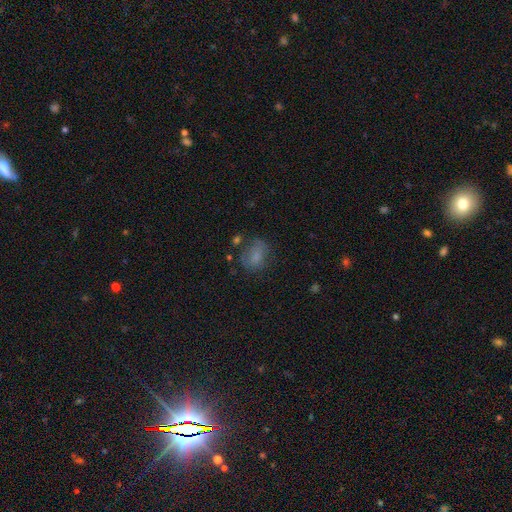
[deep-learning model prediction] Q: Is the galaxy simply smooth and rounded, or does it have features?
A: smooth — 66%.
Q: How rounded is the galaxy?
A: in between — 61%.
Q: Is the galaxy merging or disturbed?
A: none — 52%.